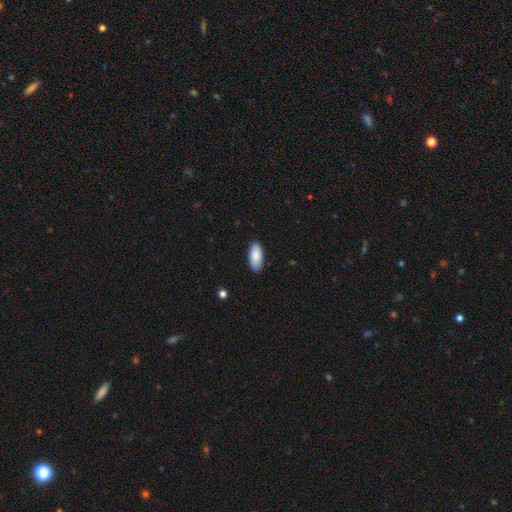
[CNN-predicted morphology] Overall: smooth (87%). How rounded: in between (88%). Merging: none (89%).